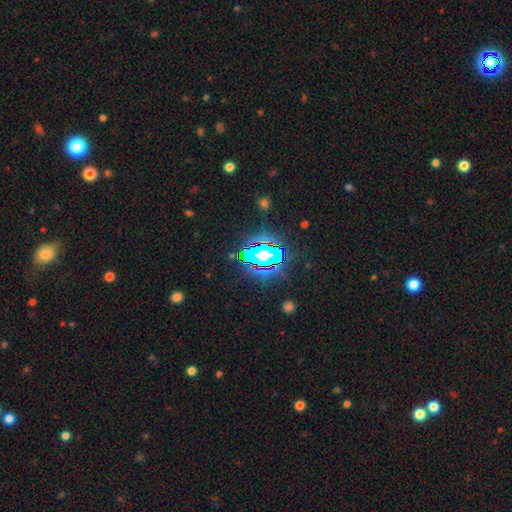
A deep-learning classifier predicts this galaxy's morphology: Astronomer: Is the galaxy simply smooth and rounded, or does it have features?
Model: star or artifact — 83%.